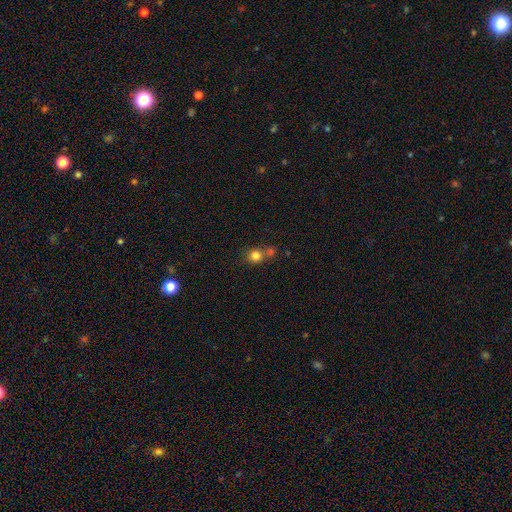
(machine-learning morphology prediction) Q: Smooth or featured?
A: smooth (80%); runner-up: star or artifact (12%)
Q: How rounded?
A: round (84%); runner-up: in between (15%)
Q: Merging?
A: none (51%); runner-up: merger (37%)